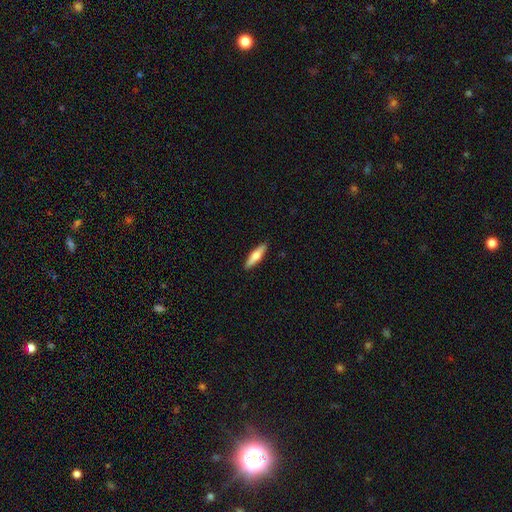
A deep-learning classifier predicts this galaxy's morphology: The model was most divided on "smooth or featured": smooth: 63%, featured or disk: 32%, star or artifact: 5%. More confident: merging — none (91%); how rounded — cigar-shaped (70%).